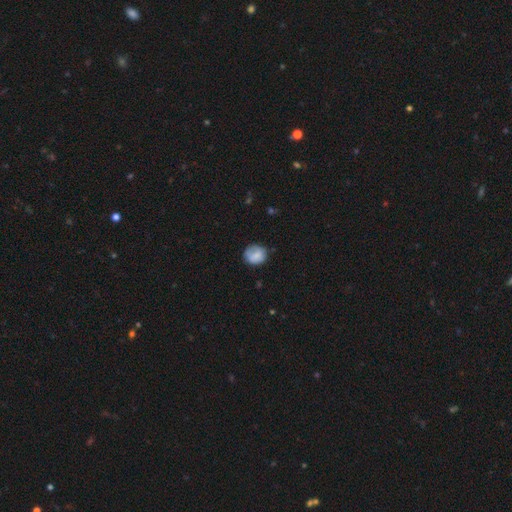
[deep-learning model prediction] Q: Smooth or featured?
A: smooth (78%); runner-up: featured or disk (14%)
Q: How rounded?
A: round (79%); runner-up: in between (20%)
Q: Merging?
A: none (67%); runner-up: minor disturbance (24%)